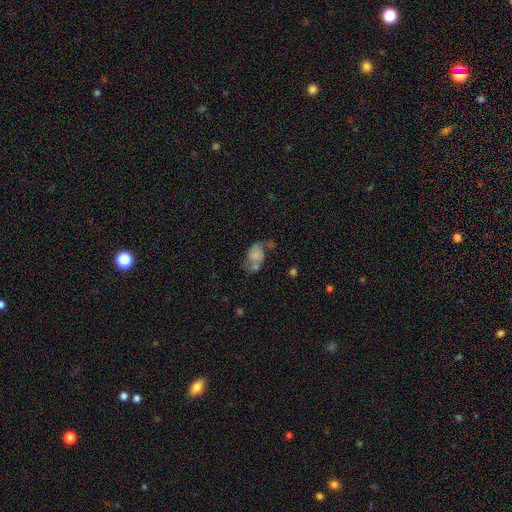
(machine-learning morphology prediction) smooth_or_featured: smooth (p=0.66) [alt: featured or disk p=0.23]
how_rounded: in between (p=0.80) [alt: round p=0.19]
merging: none (p=0.30) [alt: merger p=0.29]